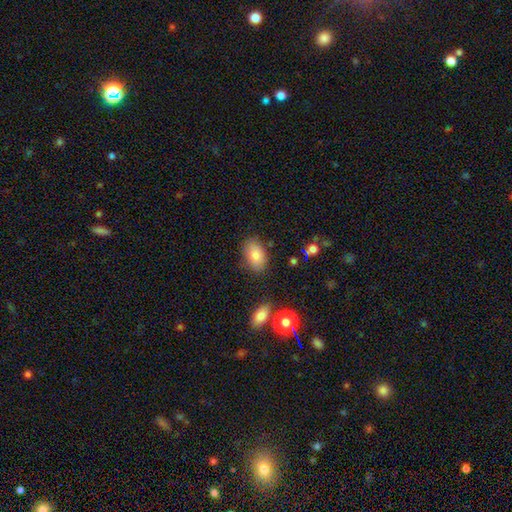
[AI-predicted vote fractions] Smooth or featured?
  - smooth: 83% *
  - featured or disk: 9%
  - star or artifact: 8%
How rounded?
  - in between: 90% *
  - round: 9%
  - cigar-shaped: 2%
Merging?
  - none: 80% *
  - minor disturbance: 14%
  - major disturbance: 4%
  - merger: 3%